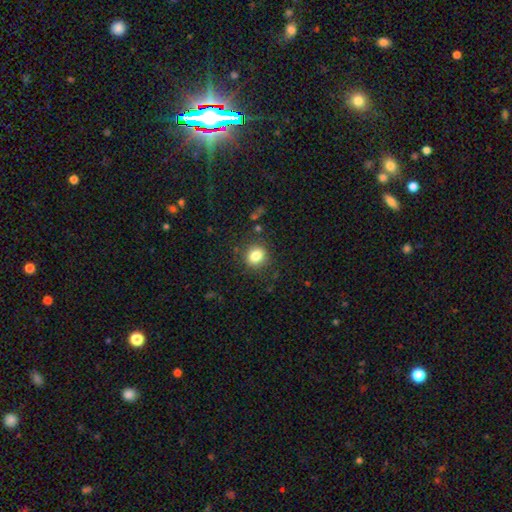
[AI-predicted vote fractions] Overall: smooth (83%). How rounded: round (74%). Merging: none (86%).